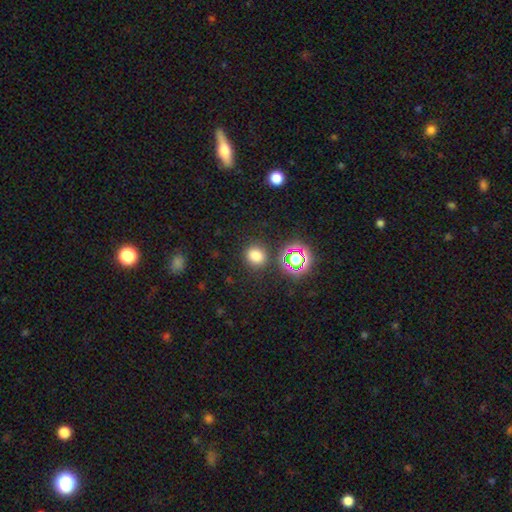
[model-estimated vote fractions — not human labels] smooth-or-featured: smooth: 74% | star or artifact: 21% | featured or disk: 6%
  how-rounded: round: 76% | in between: 23% | cigar-shaped: 1%
  merging: none: 84% | minor disturbance: 9% | merger: 4% | major disturbance: 3%